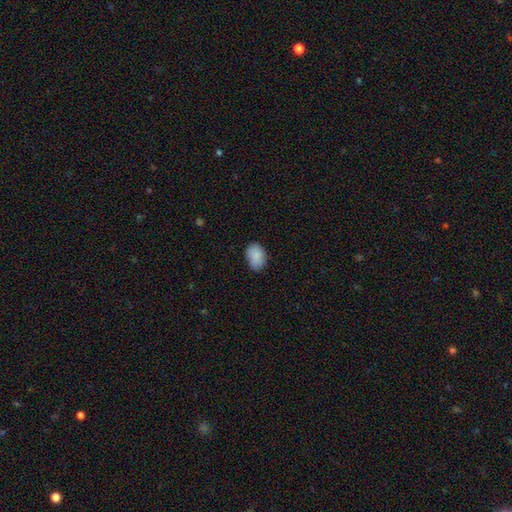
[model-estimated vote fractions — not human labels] Smooth or featured: smooth — 88% (star or artifact — 7%)
How rounded: in between — 82% (round — 17%)
Merging: none — 78% (minor disturbance — 18%)